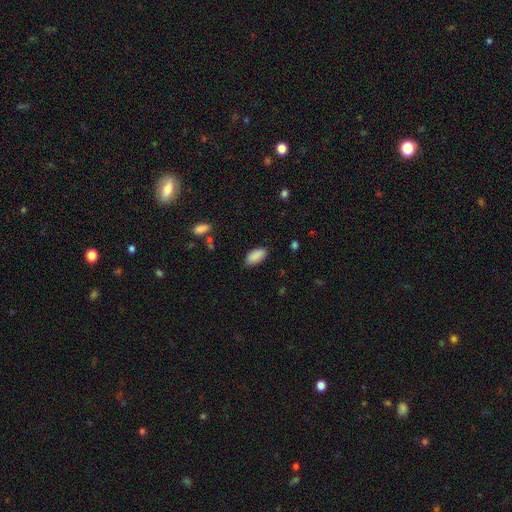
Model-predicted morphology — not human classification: smooth_or_featured: smooth (p=0.90) [alt: star or artifact p=0.07]
how_rounded: in between (p=0.93) [alt: cigar-shaped p=0.05]
merging: none (p=0.83) [alt: minor disturbance p=0.13]